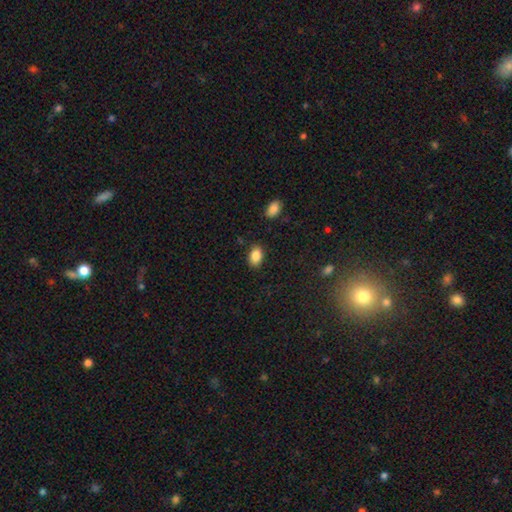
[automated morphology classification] A smooth galaxy with no disk features (86%) that is in between round and cigar-shaped (87%).

Vote fractions:
- Smooth or featured? smooth: 86% / star or artifact: 9% / featured or disk: 5%
- How rounded? in between: 87% / round: 11% / cigar-shaped: 1%
- Merging? none: 84% / minor disturbance: 11% / major disturbance: 3% / merger: 2%